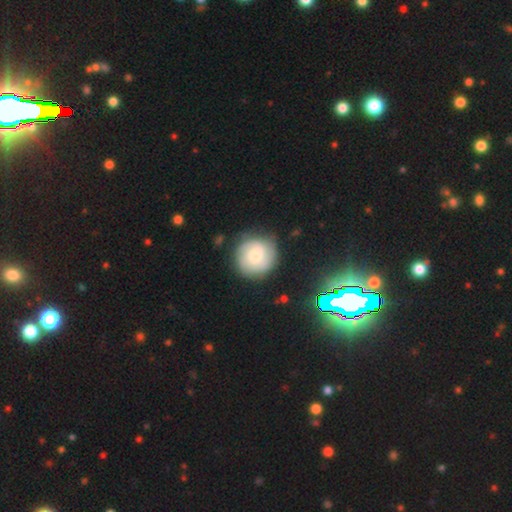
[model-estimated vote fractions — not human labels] Overall: featured or disk (52%; smooth 41%). Edge-on disk: no (98%). Bar: no (63%; weak 32%). Spiral arms: yes (86%). Bulge size: moderate (49%; small 35%). Merging: none (76%).